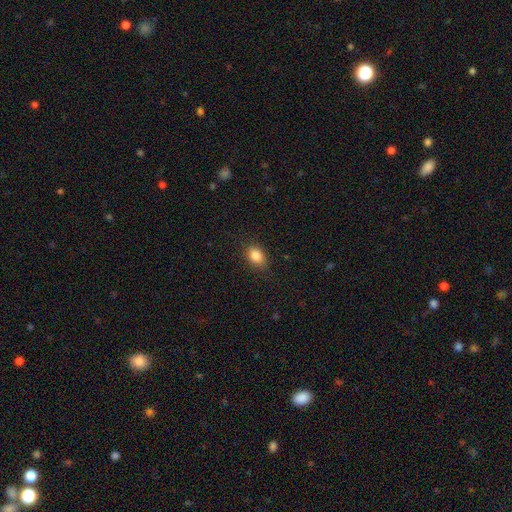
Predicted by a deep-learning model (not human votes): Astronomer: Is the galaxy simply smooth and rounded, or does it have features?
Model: smooth — 85%.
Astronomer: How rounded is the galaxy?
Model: in between — 71%.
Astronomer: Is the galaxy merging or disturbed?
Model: none — 84%.